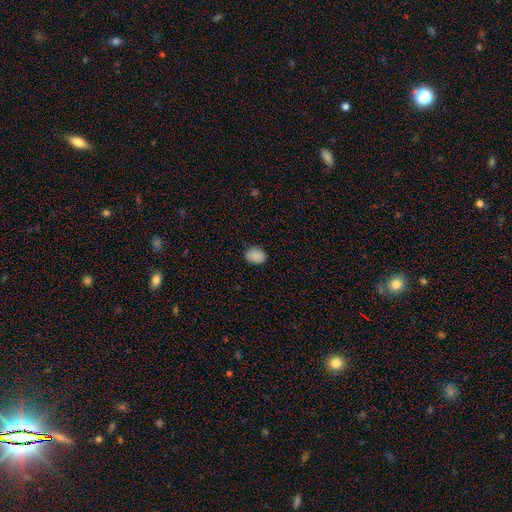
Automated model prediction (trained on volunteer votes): smooth 88%, star or artifact 8%, featured or disk 4%. Down the decision tree: how rounded — in between (63%); merging — none (84%).